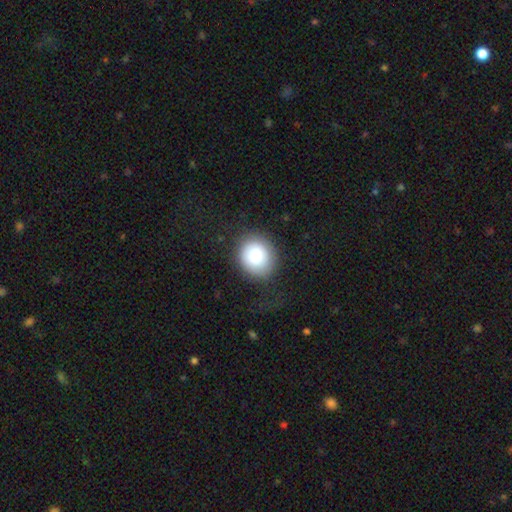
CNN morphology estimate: type=smooth (77%); roundness=round (72%); merging=none (80%).